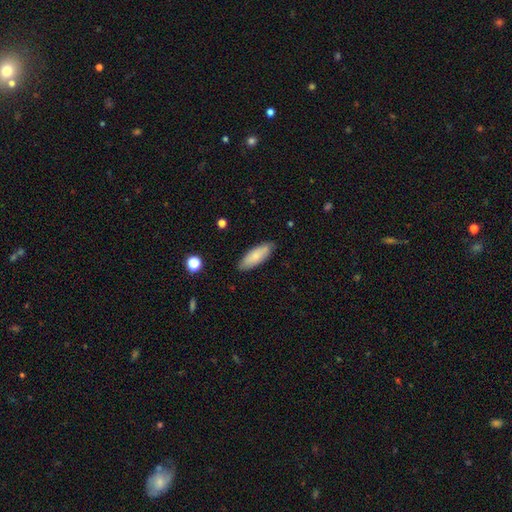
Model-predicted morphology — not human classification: type=smooth (78%); roundness=in between (68%); merging=none (83%).